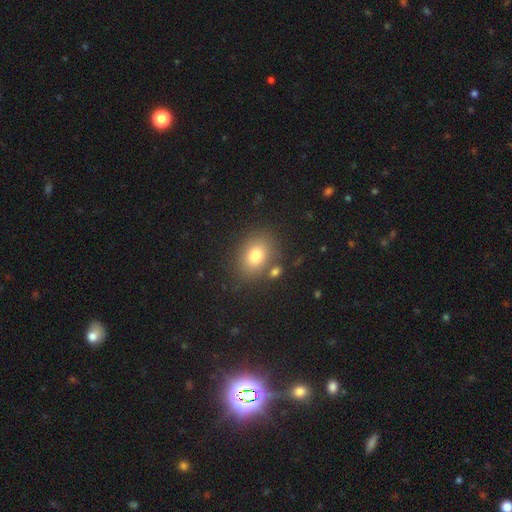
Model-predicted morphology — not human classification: This is likely a smooth galaxy (79%). How rounded: likely in between (67%). Merging: likely none (76%).